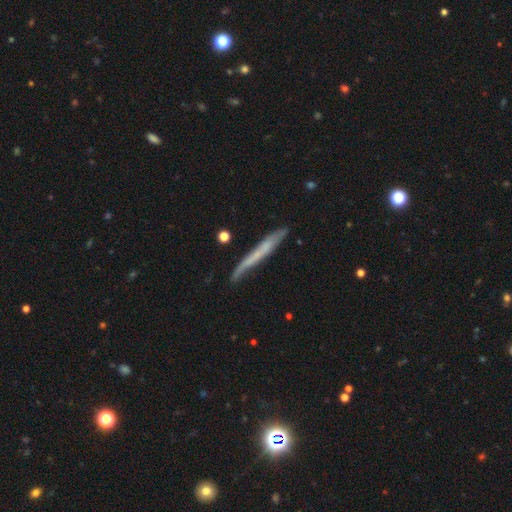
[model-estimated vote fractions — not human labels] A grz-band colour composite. It shows a featured or disk galaxy (50%). Merging: none (71%).